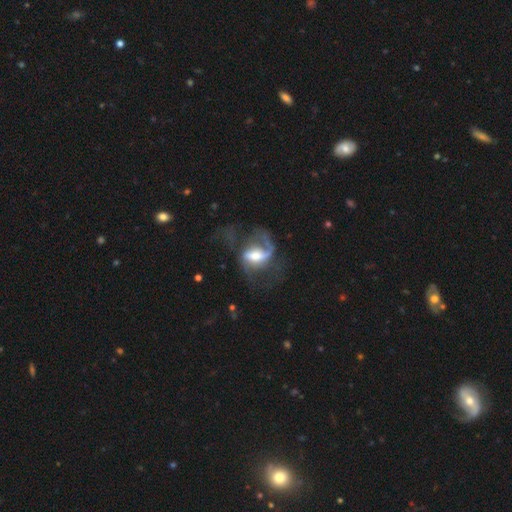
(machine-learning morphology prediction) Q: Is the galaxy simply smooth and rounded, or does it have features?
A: featured or disk — 76%.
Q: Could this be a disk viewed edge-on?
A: no — 95%.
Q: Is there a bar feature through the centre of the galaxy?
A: weak — 41%.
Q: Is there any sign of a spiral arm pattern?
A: yes — 85%.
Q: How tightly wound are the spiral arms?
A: loose — 59%.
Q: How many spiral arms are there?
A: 2 — 61%.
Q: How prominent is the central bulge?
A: moderate — 49%.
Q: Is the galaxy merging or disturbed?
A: major disturbance — 42%.